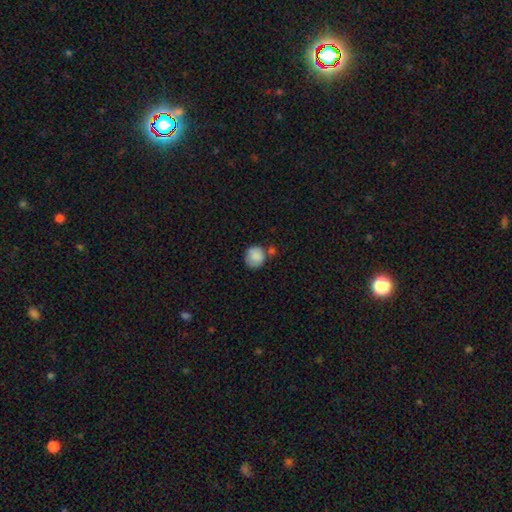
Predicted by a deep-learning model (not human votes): Q: Smooth or featured?
A: smooth (86%); runner-up: star or artifact (8%)
Q: How rounded?
A: round (81%); runner-up: in between (18%)
Q: Merging?
A: none (55%); runner-up: minor disturbance (22%)